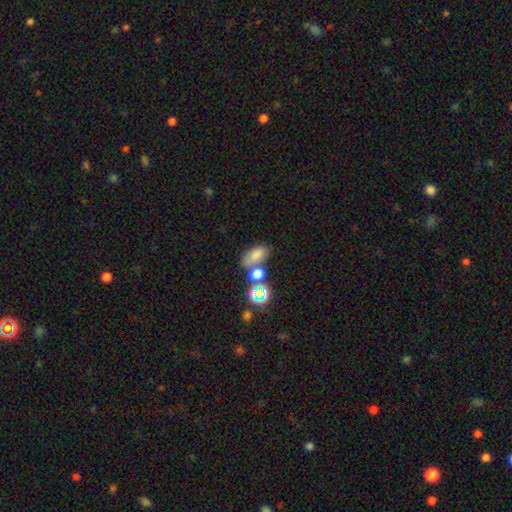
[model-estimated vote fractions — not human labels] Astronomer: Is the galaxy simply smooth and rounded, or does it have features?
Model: smooth — 71%.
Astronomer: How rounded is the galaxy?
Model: in between — 84%.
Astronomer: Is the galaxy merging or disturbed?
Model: none — 54%.